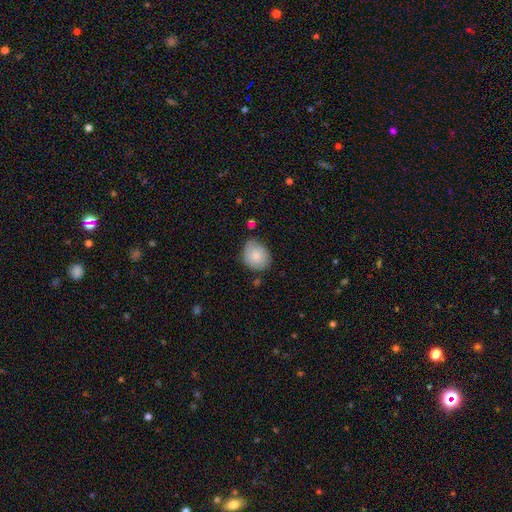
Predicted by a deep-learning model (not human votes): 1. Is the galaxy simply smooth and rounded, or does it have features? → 80% smooth, 13% featured or disk, 7% star or artifact.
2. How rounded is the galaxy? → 62% round, 37% in between, 1% cigar-shaped.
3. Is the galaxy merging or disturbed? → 62% none, 28% minor disturbance, 5% major disturbance, 4% merger.